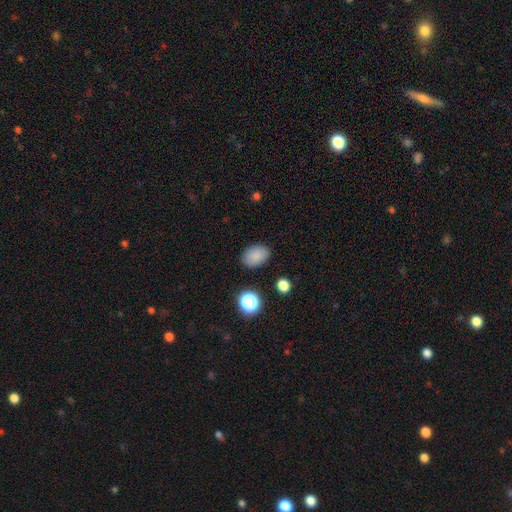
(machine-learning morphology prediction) Smooth or featured? Predicted: smooth (p=0.85). How rounded? Predicted: in between (p=0.82). Merging? Predicted: none (p=0.86).